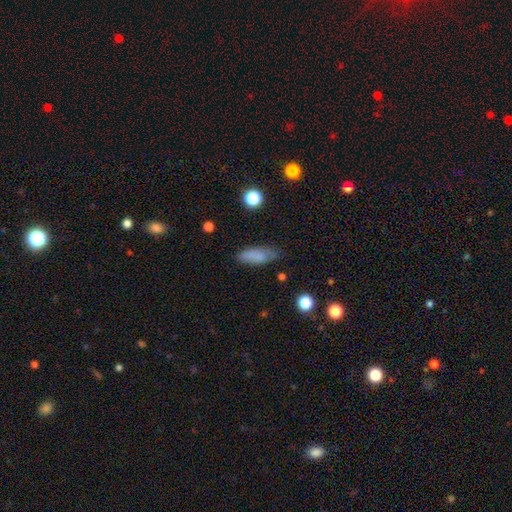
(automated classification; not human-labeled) smooth 82%, featured or disk 9%, star or artifact 8%. Down the decision tree: how rounded — in between (66%); merging — none (74%).